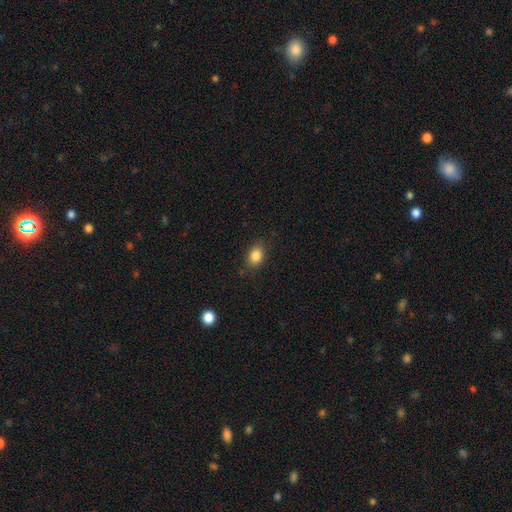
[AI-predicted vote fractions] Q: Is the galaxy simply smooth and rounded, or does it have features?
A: smooth — 85%.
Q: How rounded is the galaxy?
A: in between — 70%.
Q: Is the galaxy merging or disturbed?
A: none — 84%.